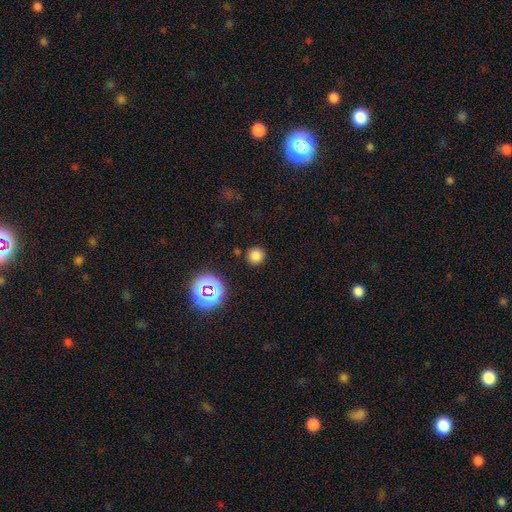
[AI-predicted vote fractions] Smooth or featured? Predicted: smooth (p=0.76). How rounded? Predicted: round (p=0.93). Merging? Predicted: none (p=0.88).